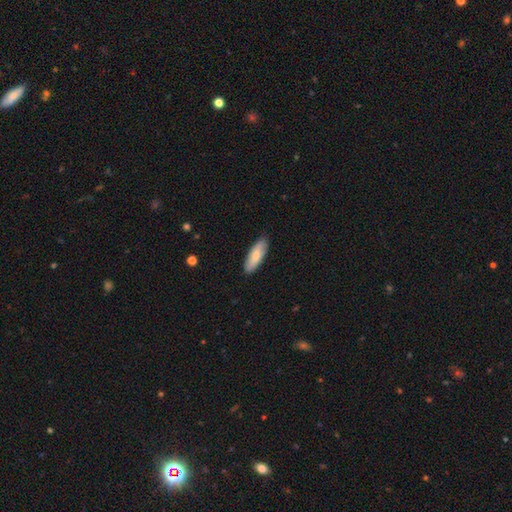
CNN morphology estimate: Q: Smooth or featured?
A: smooth (72%); runner-up: featured or disk (22%)
Q: How rounded?
A: in between (62%); runner-up: cigar-shaped (36%)
Q: Merging?
A: none (86%); runner-up: minor disturbance (11%)